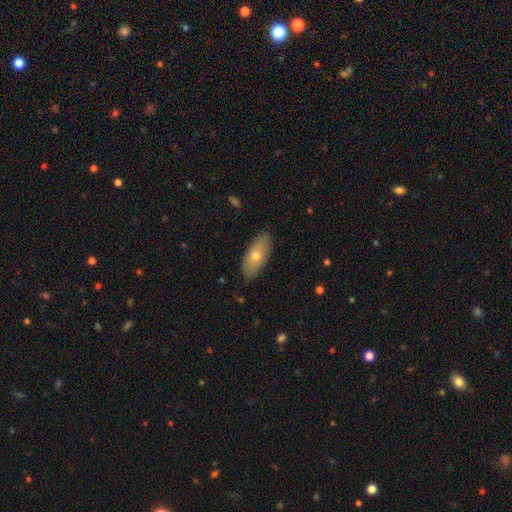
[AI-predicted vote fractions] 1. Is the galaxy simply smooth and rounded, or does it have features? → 66% smooth, 27% featured or disk, 7% star or artifact.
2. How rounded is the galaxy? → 81% in between, 16% cigar-shaped, 3% round.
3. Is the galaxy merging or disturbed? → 87% none, 10% minor disturbance, 2% major disturbance, 1% merger.